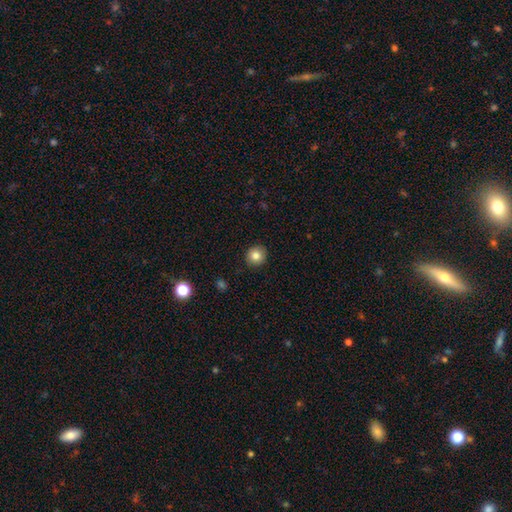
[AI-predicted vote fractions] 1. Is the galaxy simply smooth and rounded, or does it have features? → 82% smooth, 10% star or artifact, 9% featured or disk.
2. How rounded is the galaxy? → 89% round, 10% in between, 1% cigar-shaped.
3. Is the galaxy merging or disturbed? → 91% none, 7% minor disturbance, 2% major disturbance, 1% merger.